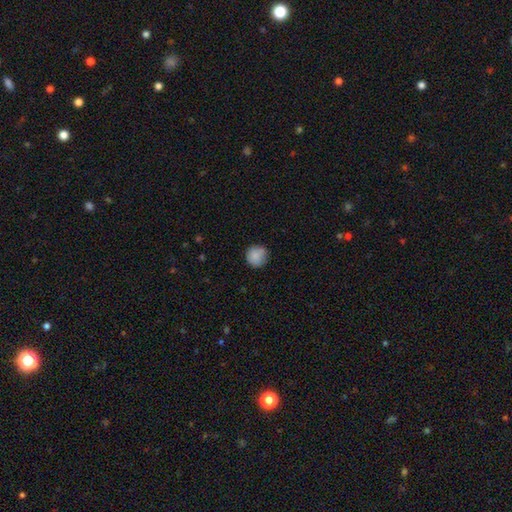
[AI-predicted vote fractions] Smooth or featured: smooth — 87% (star or artifact — 8%)
How rounded: round — 93% (in between — 6%)
Merging: none — 82% (minor disturbance — 14%)